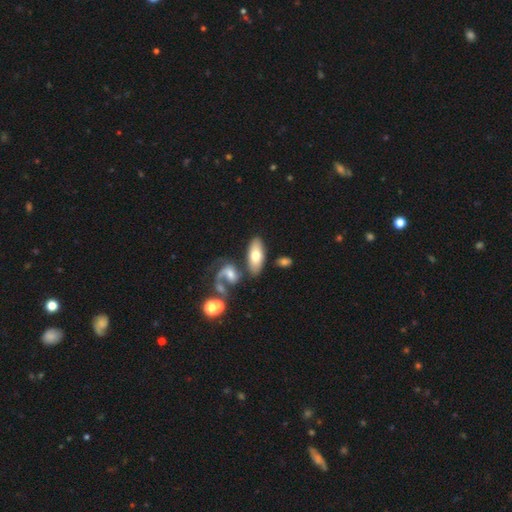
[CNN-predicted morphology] A smooth galaxy with no disk features (65%) that is in between round and cigar-shaped (85%).

Vote fractions:
- Smooth or featured? smooth: 65% / featured or disk: 28% / star or artifact: 7%
- How rounded? in between: 85% / cigar-shaped: 11% / round: 3%
- Merging? none: 65% / merger: 16% / minor disturbance: 13% / major disturbance: 6%